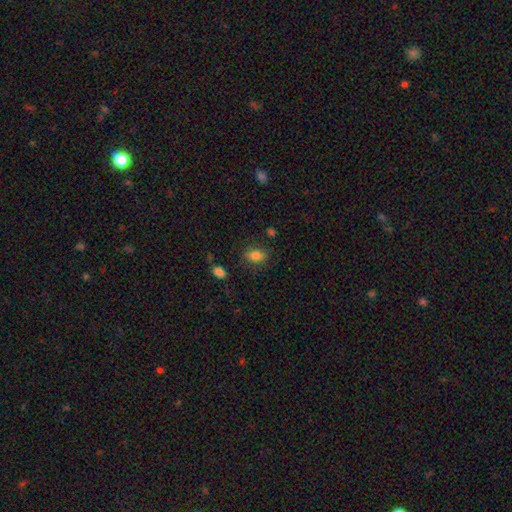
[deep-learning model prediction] Smooth or featured? smooth (81%)
How rounded? in between (83%)
Merging? none (79%)